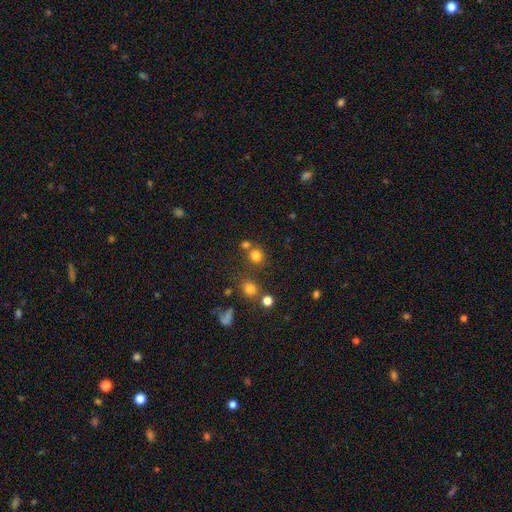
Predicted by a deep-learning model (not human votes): Morphology: type=smooth (76%); roundness=round (86%); merging=none (65%).